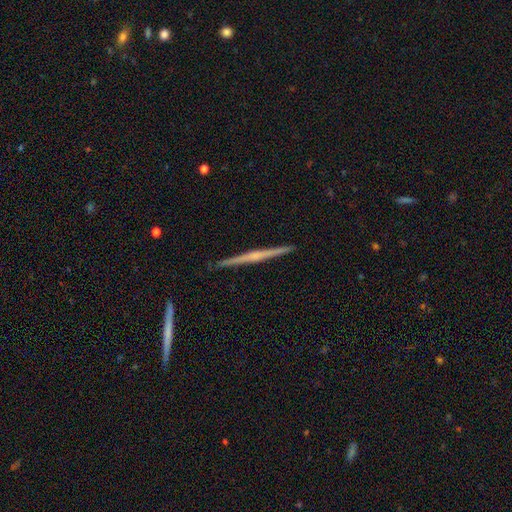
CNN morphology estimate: Smooth or featured? featured or disk (72%)
Edge-on disk? yes (98%)
Edge-on bulge? none (50%)
Merging? none (92%)